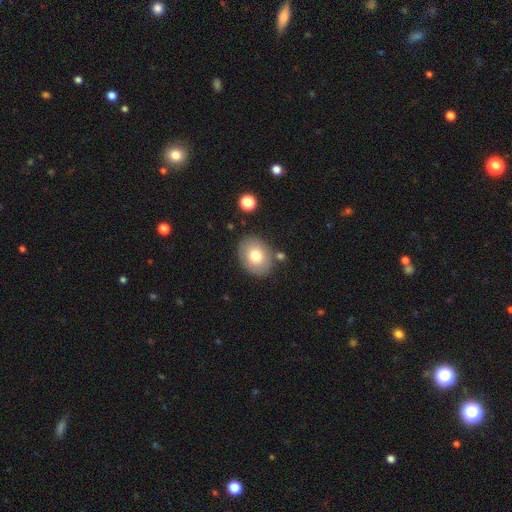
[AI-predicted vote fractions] Smooth or featured: smooth — 75% (featured or disk — 17%)
How rounded: in between — 63% (round — 36%)
Merging: none — 81% (minor disturbance — 12%)